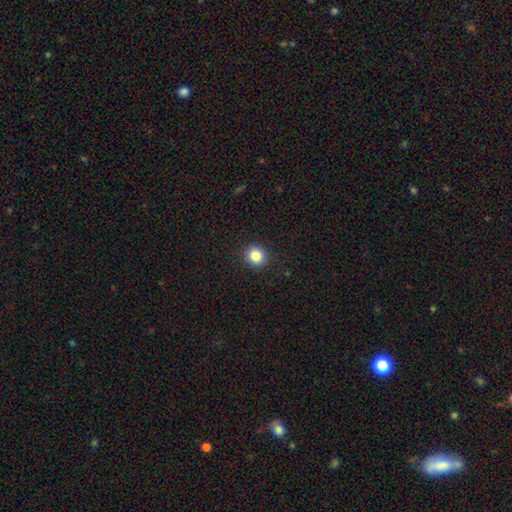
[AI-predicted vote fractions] Smooth or featured? Predicted: smooth (p=0.84). How rounded? Predicted: round (p=0.89). Merging? Predicted: none (p=0.91).